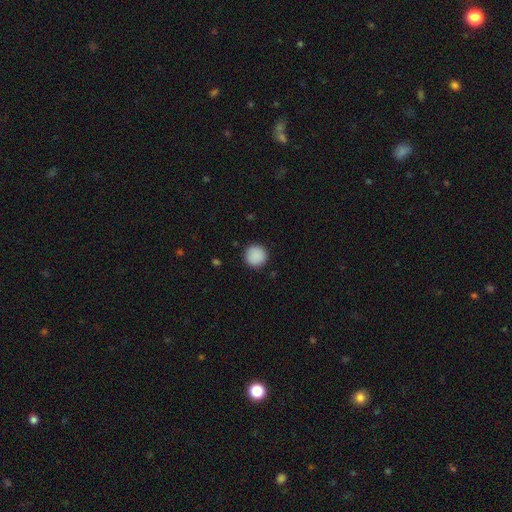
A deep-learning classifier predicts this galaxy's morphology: The model was most divided on "smooth or featured": smooth: 90%, star or artifact: 8%, featured or disk: 3%. More confident: how rounded — round (95%); merging — none (91%).